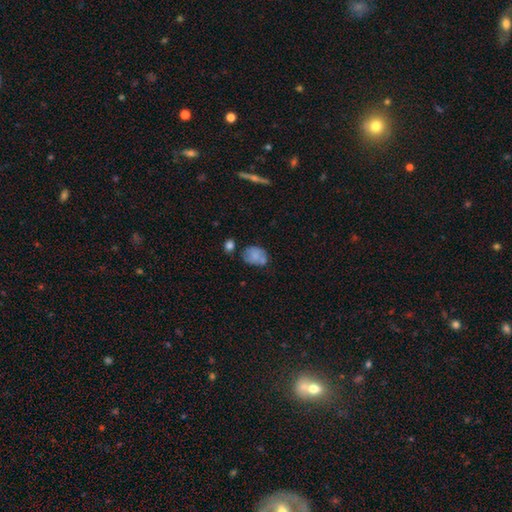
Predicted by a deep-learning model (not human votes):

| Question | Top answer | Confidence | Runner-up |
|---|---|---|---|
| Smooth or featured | smooth | 68% | featured or disk (22%) |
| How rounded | in between | 64% | round (35%) |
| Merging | none | 46% | minor disturbance (28%) |